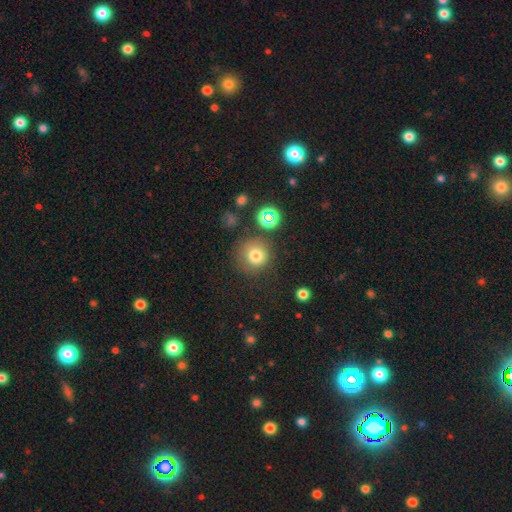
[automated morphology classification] A smooth galaxy with no disk features (77%) that is round (93%).

Vote fractions:
- Smooth or featured? smooth: 77% / star or artifact: 15% / featured or disk: 8%
- How rounded? round: 93% / in between: 6% / cigar-shaped: 1%
- Merging? none: 76% / minor disturbance: 13% / major disturbance: 6% / merger: 5%